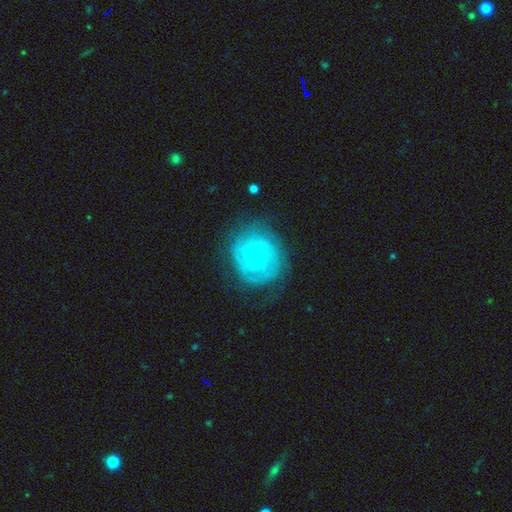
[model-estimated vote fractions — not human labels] The model was most divided on "bulge size": small: 51%, moderate: 44%, large: 2%, none: 2%, dominant: 1%. Remaining: edge-on disk — no (98%); spiral arms — yes (86%); bar — no (78%); spiral winding — tight (74%); smooth or featured — featured or disk (72%); merging — none (70%); spiral arm count — can't tell (44%).